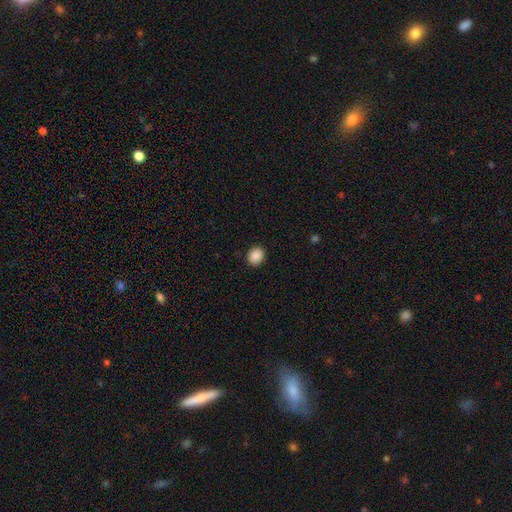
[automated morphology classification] Smooth or featured? smooth (89%)
How rounded? round (62%)
Merging? none (91%)